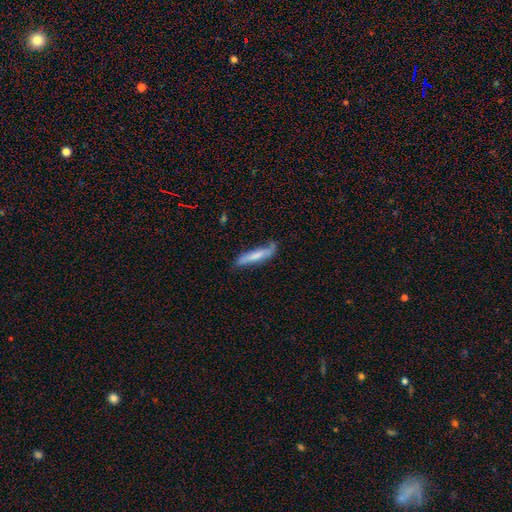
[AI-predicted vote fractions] Smooth or featured? smooth (65%)
How rounded? cigar-shaped (88%)
Merging? none (62%)